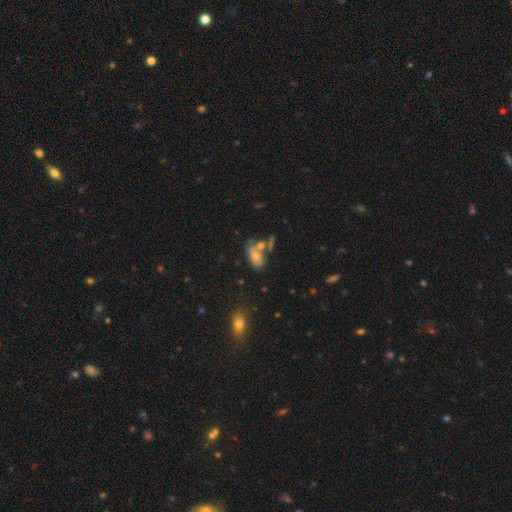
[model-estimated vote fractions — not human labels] This is likely a smooth galaxy (64%). How rounded: clearly in between (87%). Merging: marginally none (39%).